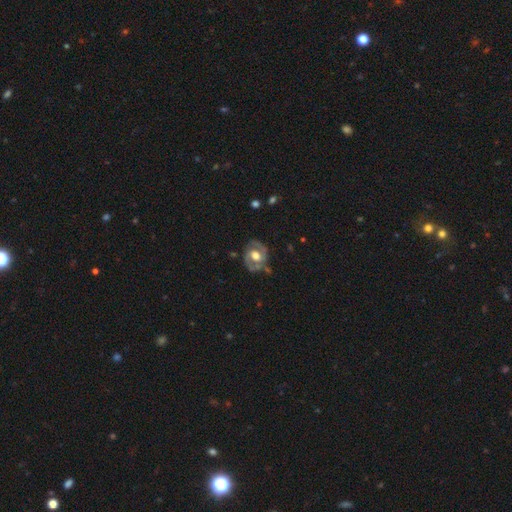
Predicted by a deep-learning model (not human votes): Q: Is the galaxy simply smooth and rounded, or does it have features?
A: featured or disk — 72%.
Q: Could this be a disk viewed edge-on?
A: no — 96%.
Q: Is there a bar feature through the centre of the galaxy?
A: no — 54%.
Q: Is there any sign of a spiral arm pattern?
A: yes — 72%.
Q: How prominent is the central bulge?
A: moderate — 56%.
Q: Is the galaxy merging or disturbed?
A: none — 68%.